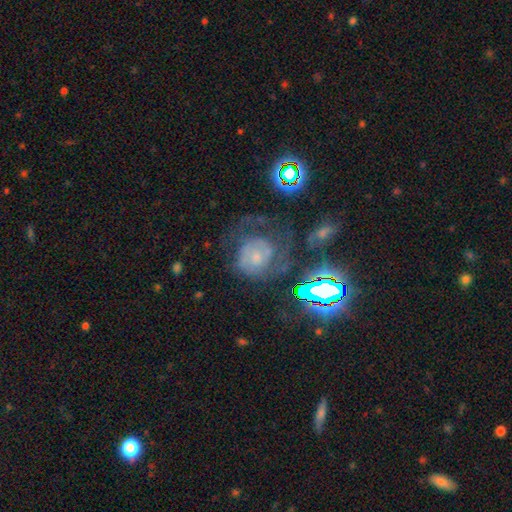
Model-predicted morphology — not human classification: Q: Smooth or featured?
A: featured or disk (55%); runner-up: smooth (27%)
Q: Edge-on disk?
A: no (97%); runner-up: yes (3%)
Q: Bar?
A: no (74%); runner-up: weak (21%)
Q: Spiral arms?
A: yes (78%); runner-up: no (22%)
Q: Bulge size?
A: small (42%); runner-up: moderate (33%)
Q: Merging?
A: none (46%); runner-up: major disturbance (28%)